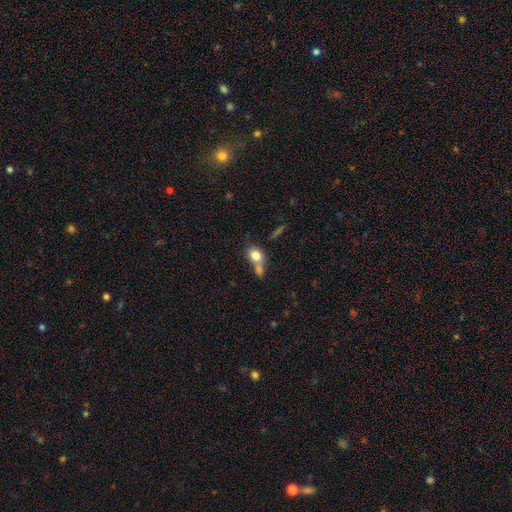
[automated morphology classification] Smooth or featured: smooth — 77% (featured or disk — 14%)
How rounded: in between — 55% (round — 42%)
Merging: merger — 49% (none — 30%)